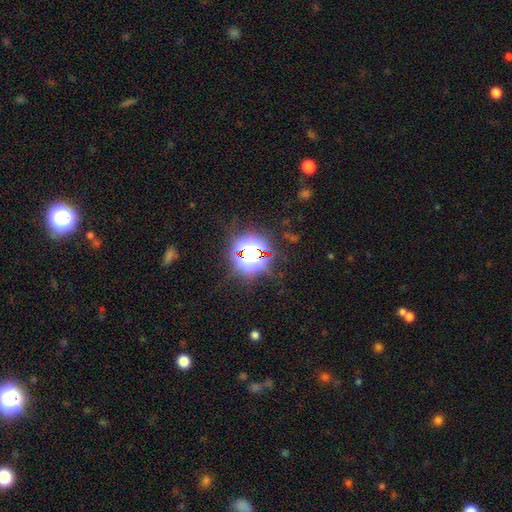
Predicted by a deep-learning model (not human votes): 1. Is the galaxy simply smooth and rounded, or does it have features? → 75% star or artifact, 16% smooth, 9% featured or disk.